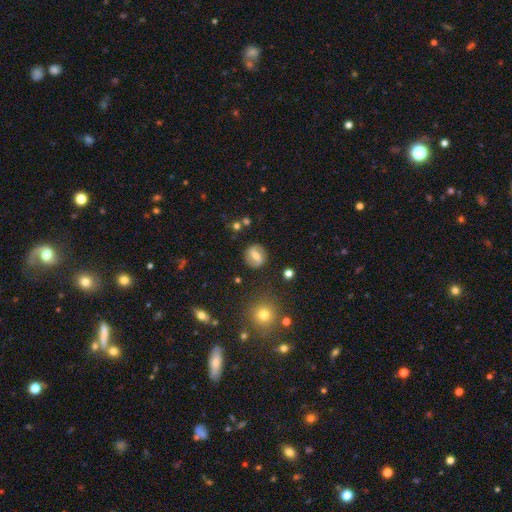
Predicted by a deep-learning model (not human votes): A featured or disk galaxy (53%) with a strong bar (46%), spiral arms (70%) and a moderate central bulge (54%). Merging: none (84%).